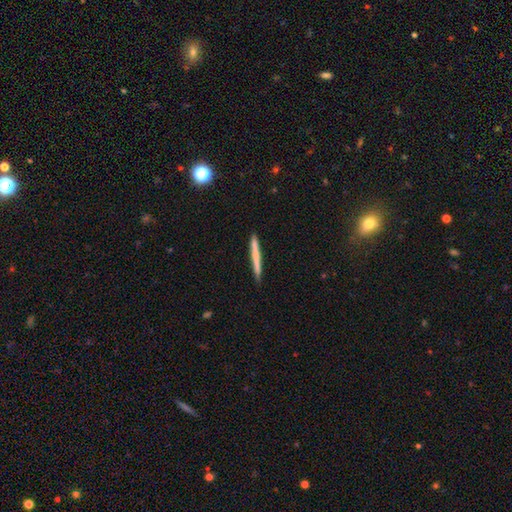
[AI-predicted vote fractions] Overall: smooth (58%; featured or disk 37%). How rounded: cigar-shaped (97%). Merging: none (90%).